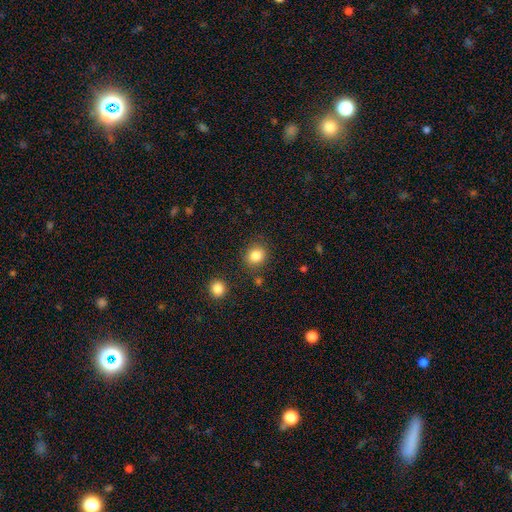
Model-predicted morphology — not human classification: Smooth or featured: smooth — 85% (star or artifact — 10%)
How rounded: round — 76% (in between — 23%)
Merging: none — 84% (minor disturbance — 9%)